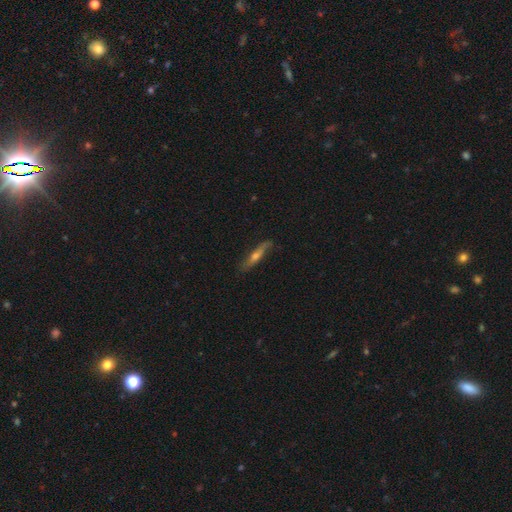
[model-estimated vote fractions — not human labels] Morphology: type=featured or disk (60%); edge-on=yes (78%); merging=none (75%).